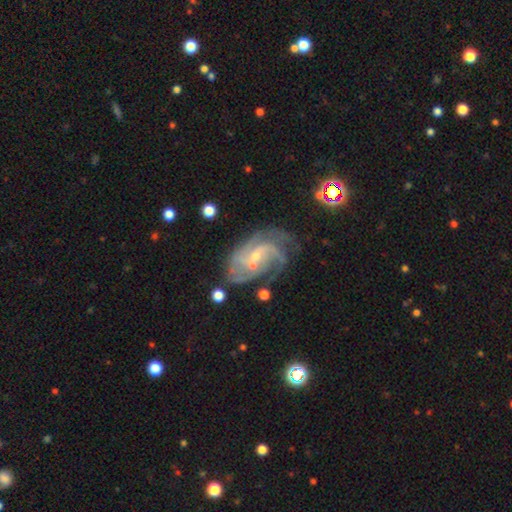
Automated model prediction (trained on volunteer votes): Overall: featured or disk (84%). Edge-on disk: no (97%). Bar: no (49%; weak 40%). Spiral arms: yes (94%). Spiral arm count: can't tell (28%; 3 24%). Spiral winding: medium (44%; tight 37%). Bulge size: small (75%). Merging: none (52%; minor disturbance 22%).